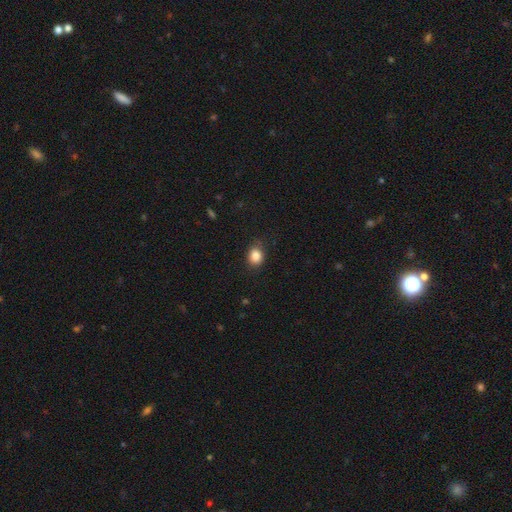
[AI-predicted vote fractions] The model was most divided on "how rounded": round: 56%, in between: 43%, cigar-shaped: 1%. More confident: smooth or featured — smooth (86%); merging — none (80%).